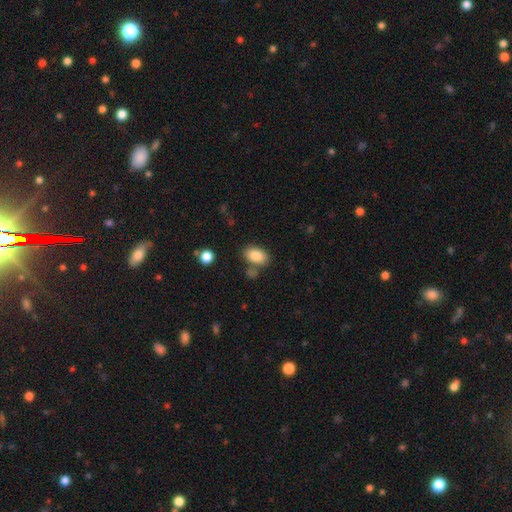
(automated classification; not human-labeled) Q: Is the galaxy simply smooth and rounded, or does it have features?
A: smooth — 86%.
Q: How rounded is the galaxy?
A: in between — 88%.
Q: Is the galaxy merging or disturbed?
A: none — 70%.